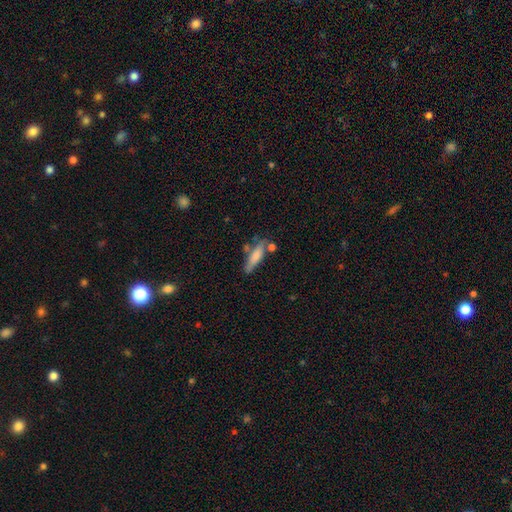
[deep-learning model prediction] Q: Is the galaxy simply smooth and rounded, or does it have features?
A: smooth — 71%.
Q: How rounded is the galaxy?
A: cigar-shaped — 69%.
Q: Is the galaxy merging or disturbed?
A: none — 60%.